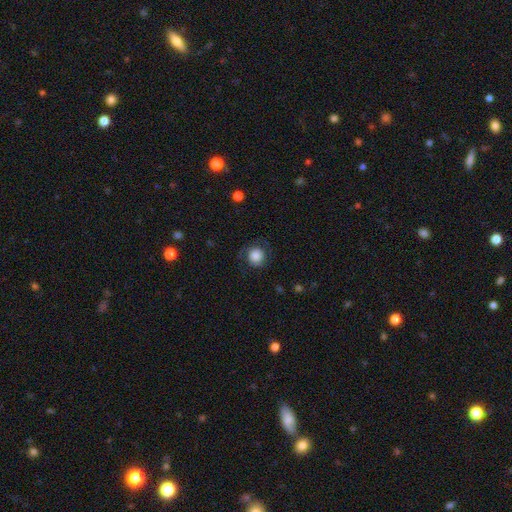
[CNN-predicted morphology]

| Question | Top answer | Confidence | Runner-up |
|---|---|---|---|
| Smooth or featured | smooth | 79% | featured or disk (13%) |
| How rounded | round | 90% | in between (9%) |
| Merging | none | 73% | minor disturbance (16%) |